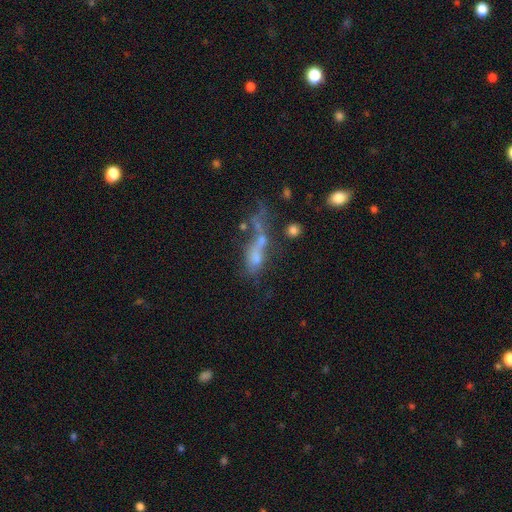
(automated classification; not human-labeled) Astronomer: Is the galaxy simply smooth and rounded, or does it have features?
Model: smooth — 41% (runner-up: featured or disk, 38%).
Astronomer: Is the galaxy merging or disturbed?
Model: merger — 34% (runner-up: major disturbance, 26%).